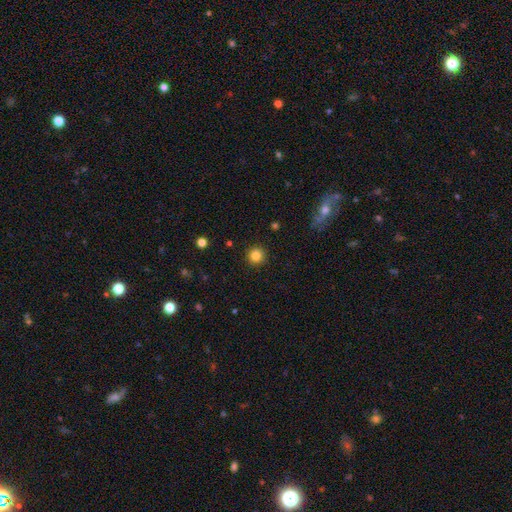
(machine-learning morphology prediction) type=smooth (84%); roundness=round (94%); merging=none (91%).